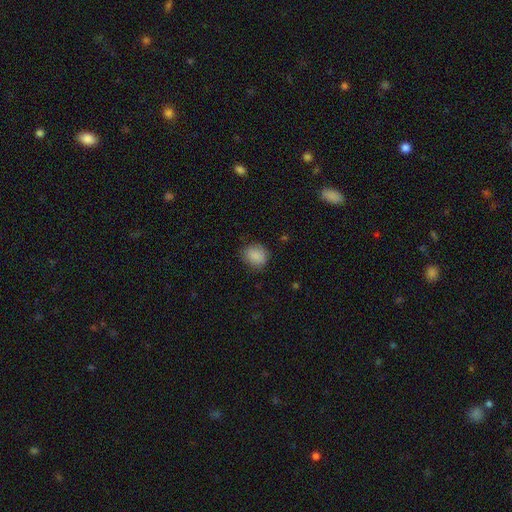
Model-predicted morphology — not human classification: Smooth or featured?
  - smooth: 86% *
  - star or artifact: 8%
  - featured or disk: 6%
How rounded?
  - round: 62% *
  - in between: 37%
  - cigar-shaped: 1%
Merging?
  - none: 77% *
  - minor disturbance: 17%
  - major disturbance: 4%
  - merger: 1%